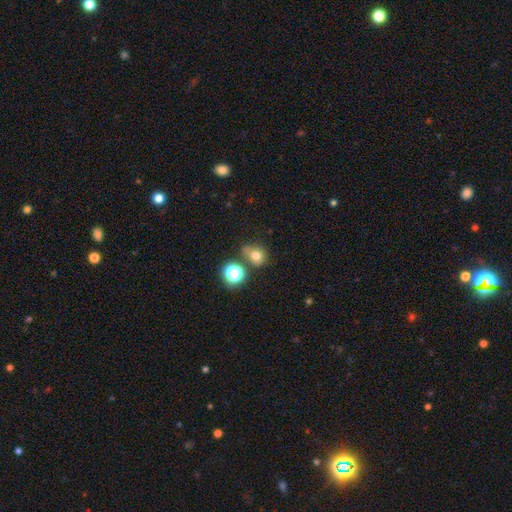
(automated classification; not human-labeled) The model was most divided on "how rounded": round: 67%, in between: 32%, cigar-shaped: 1%. More confident: smooth or featured — smooth (72%); merging — none (56%).